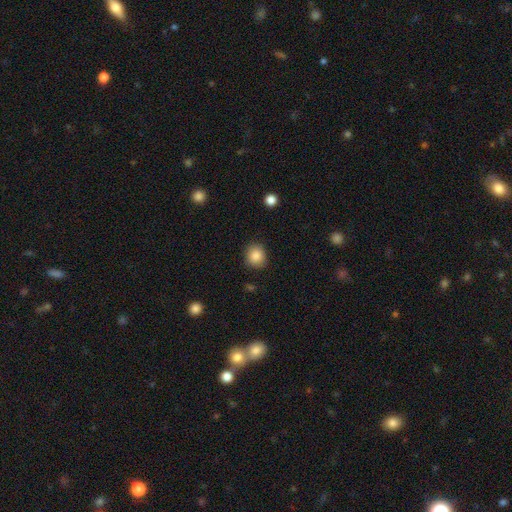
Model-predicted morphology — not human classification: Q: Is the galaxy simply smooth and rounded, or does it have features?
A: smooth — 86%.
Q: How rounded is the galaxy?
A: round — 78%.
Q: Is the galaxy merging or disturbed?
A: none — 85%.